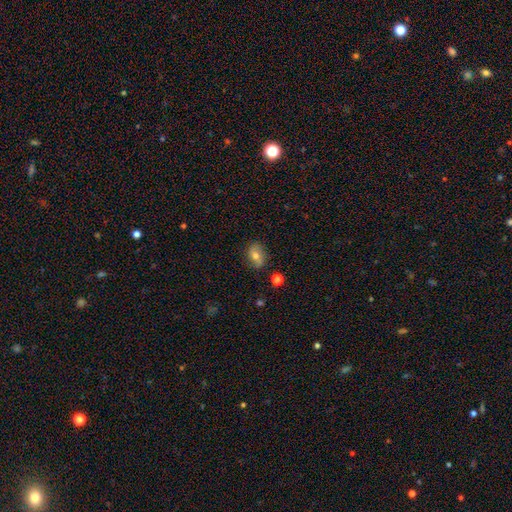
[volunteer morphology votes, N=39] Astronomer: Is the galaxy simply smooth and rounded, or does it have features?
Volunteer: smooth — 46% (runner-up: featured or disk, 44%).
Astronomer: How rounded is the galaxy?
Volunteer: in between — 72%.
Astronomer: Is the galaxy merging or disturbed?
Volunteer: none — 77%.